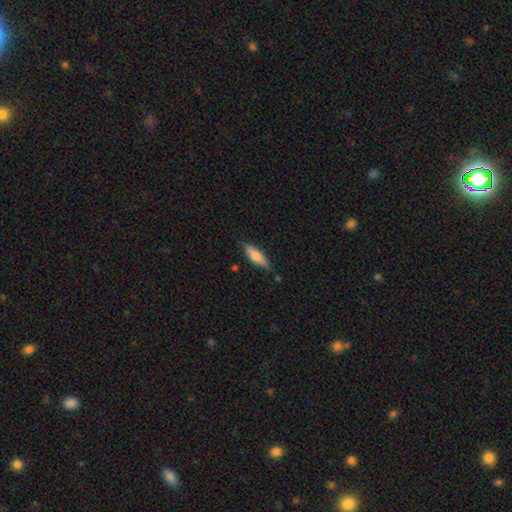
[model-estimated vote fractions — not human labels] The model was most divided on "how rounded" (2-way tie): in between: 49%, cigar-shaped: 49%, round: 2%. More confident: merging — none (72%); smooth or featured — smooth (71%).